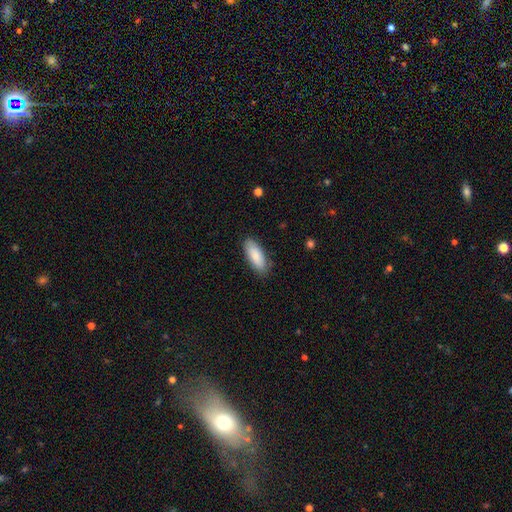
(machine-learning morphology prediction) This appears to be a smooth galaxy with no disk features (87%) that is in between round and cigar-shaped (76%). Merging: none (84%).